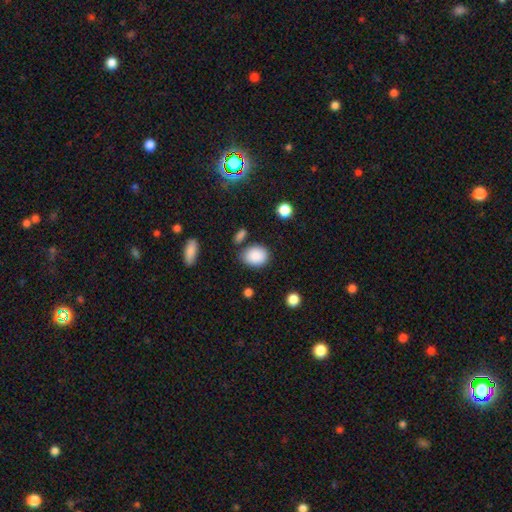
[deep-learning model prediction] smooth_or_featured: smooth (p=0.88) [alt: star or artifact p=0.08]
how_rounded: in between (p=0.63) [alt: round p=0.36]
merging: none (p=0.73) [alt: minor disturbance p=0.16]